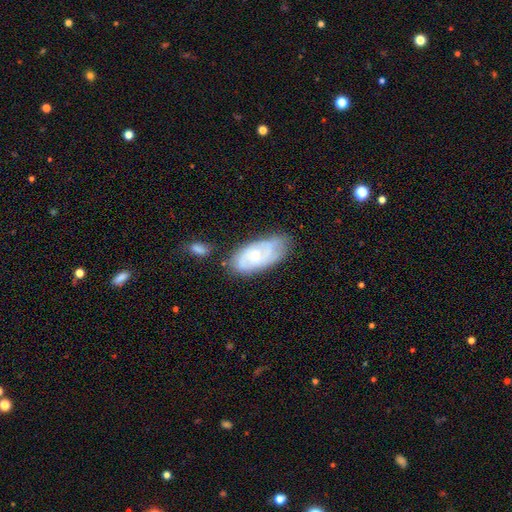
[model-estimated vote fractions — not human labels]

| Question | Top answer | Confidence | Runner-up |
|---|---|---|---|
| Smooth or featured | featured or disk | 63% | smooth (30%) |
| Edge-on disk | no | 94% | yes (6%) |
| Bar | no | 60% | weak (35%) |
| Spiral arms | yes | 87% | no (13%) |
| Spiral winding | tight | 48% | medium (39%) |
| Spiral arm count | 2 | 40% | can't tell (35%) |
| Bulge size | small | 59% | moderate (32%) |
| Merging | none | 63% | minor disturbance (23%) |